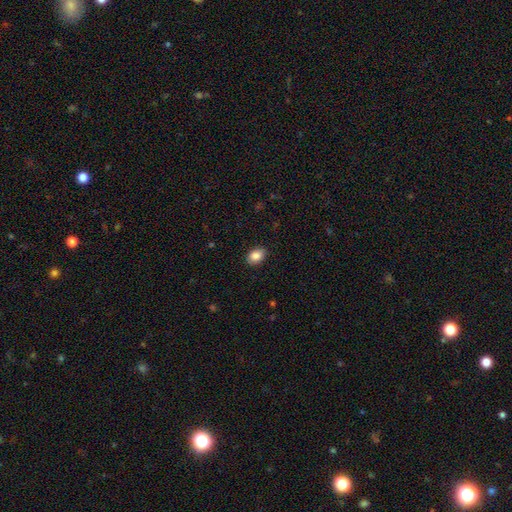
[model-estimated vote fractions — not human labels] This appears to be a smooth galaxy with no disk features (87%) that is in between round and cigar-shaped (80%). Merging: none (88%).